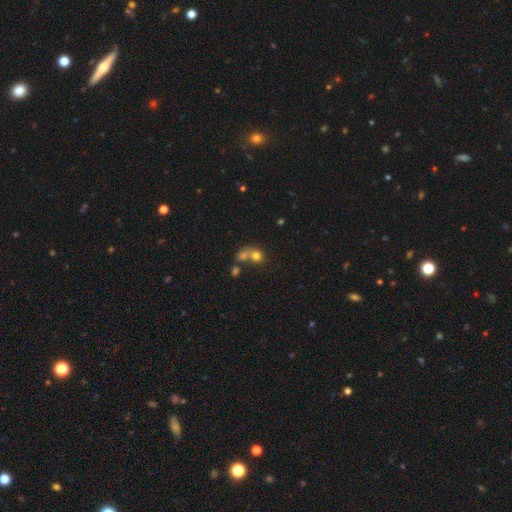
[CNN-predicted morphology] type=smooth (72%); roundness=round (71%); merging=merger (55%).